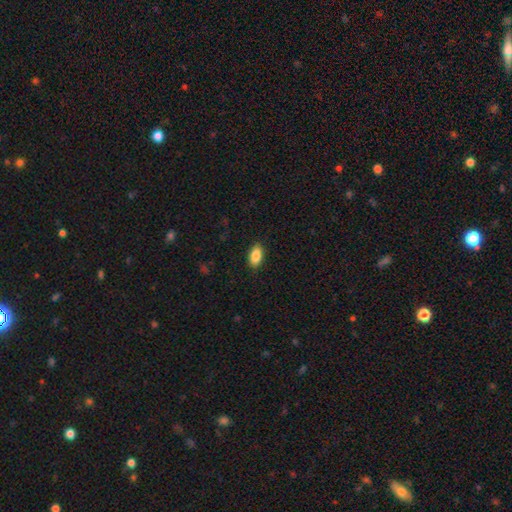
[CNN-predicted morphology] smooth-or-featured: smooth: 87% | star or artifact: 7% | featured or disk: 6%
  how-rounded: in between: 92% | cigar-shaped: 5% | round: 4%
  merging: none: 88% | minor disturbance: 9% | major disturbance: 2% | merger: 1%